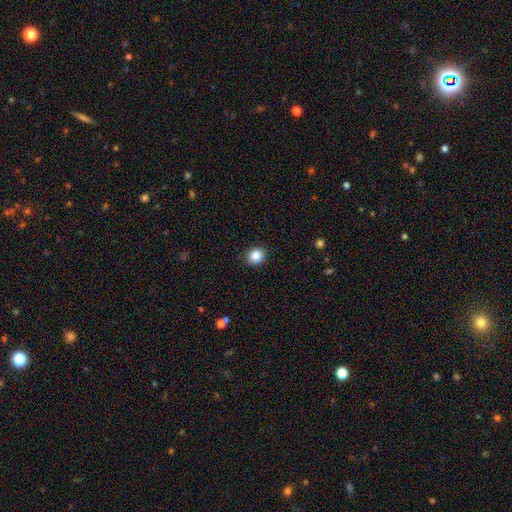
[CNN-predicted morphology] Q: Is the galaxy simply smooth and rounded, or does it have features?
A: smooth — 86%.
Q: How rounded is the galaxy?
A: round — 86%.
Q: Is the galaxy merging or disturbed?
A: none — 92%.